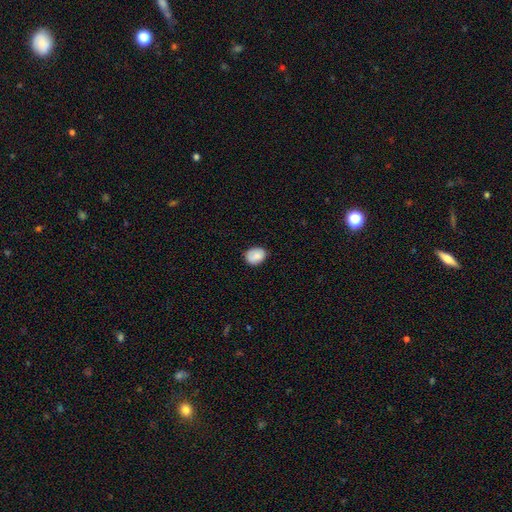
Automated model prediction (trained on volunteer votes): smooth 83%, featured or disk 9%, star or artifact 8%. Down the decision tree: how rounded — in between (50%); merging — none (81%).